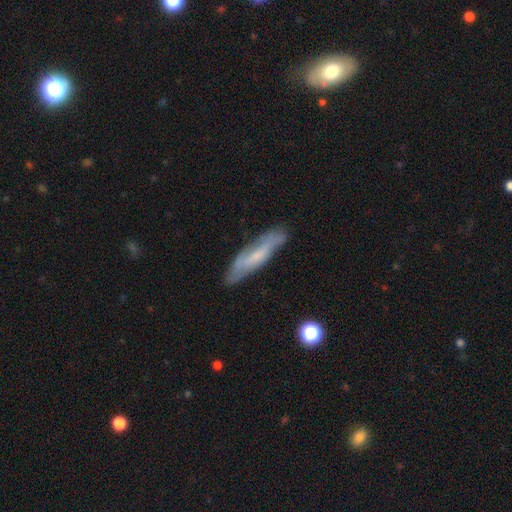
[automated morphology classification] A featured or disk galaxy (48%). Merging: none (78%).